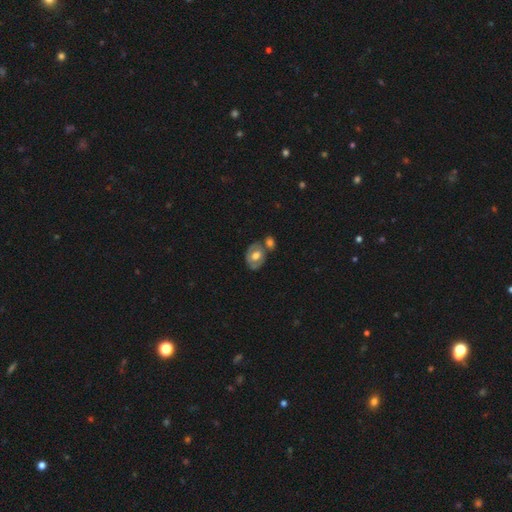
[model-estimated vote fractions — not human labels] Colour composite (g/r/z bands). It shows a featured or disk galaxy (49%). Merging: none (49%).